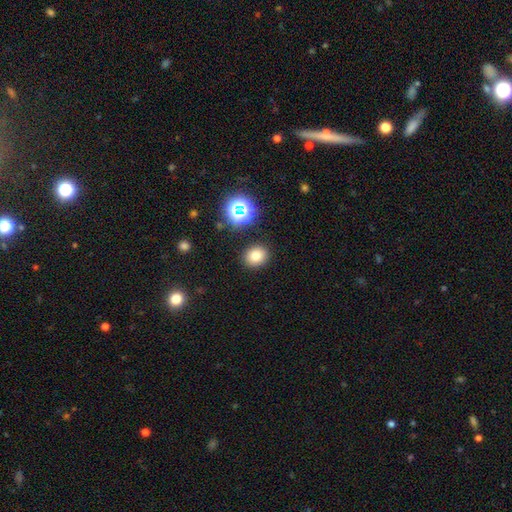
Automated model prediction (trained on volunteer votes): smooth 77%, star or artifact 16%, featured or disk 7%. Down the decision tree: how rounded — round (61%); merging — none (87%).